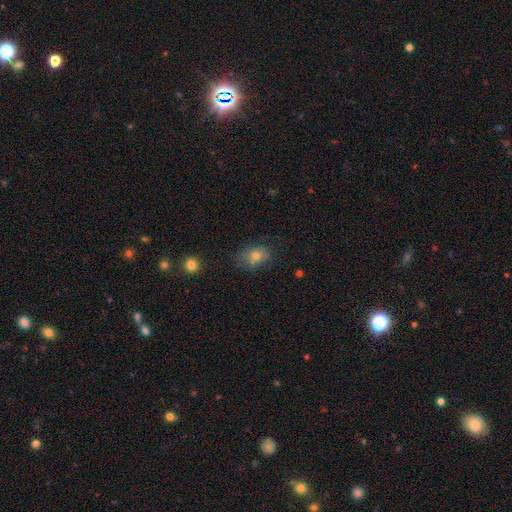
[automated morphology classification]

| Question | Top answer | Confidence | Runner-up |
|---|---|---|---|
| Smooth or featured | smooth | 72% | featured or disk (17%) |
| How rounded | in between | 66% | round (33%) |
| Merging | none | 65% | minor disturbance (24%) |